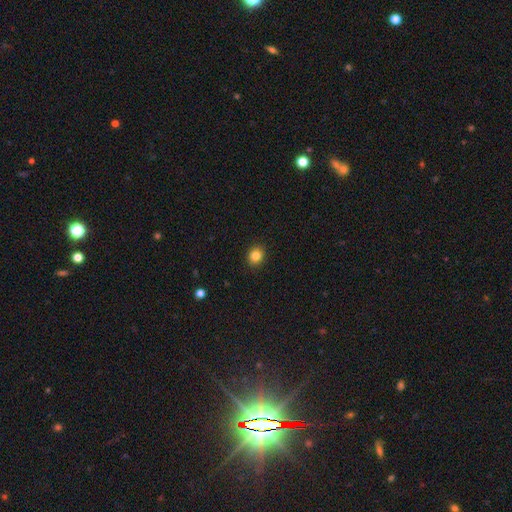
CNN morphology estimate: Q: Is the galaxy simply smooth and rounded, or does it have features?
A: smooth — 84%.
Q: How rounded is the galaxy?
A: round — 72%.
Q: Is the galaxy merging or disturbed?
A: none — 91%.